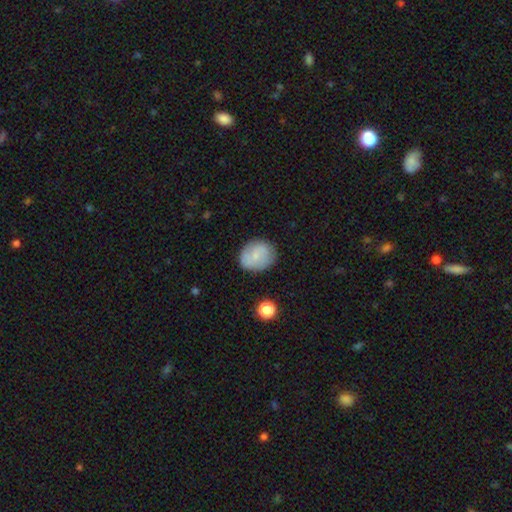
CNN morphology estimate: A smooth galaxy with no disk features (65%) that is round (70%). Merging: none (79%).